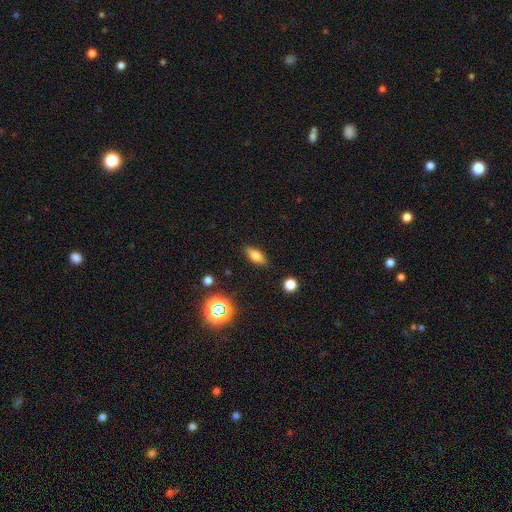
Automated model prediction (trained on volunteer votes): smooth-or-featured: smooth: 71% | featured or disk: 18% | star or artifact: 11%
  how-rounded: in between: 74% | cigar-shaped: 21% | round: 5%
  merging: none: 86% | minor disturbance: 10% | major disturbance: 3% | merger: 2%